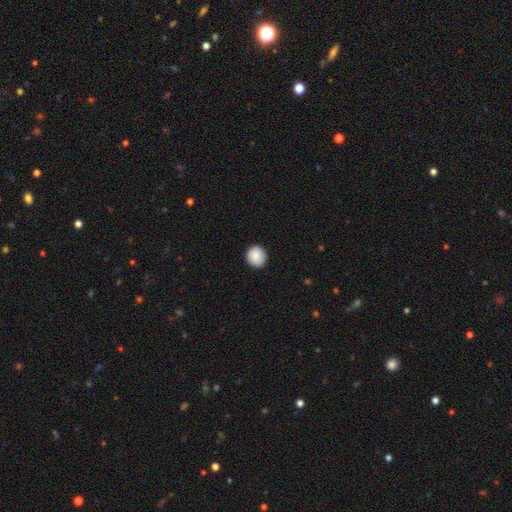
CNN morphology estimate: smooth-or-featured: smooth: 85% | featured or disk: 8% | star or artifact: 7%
  how-rounded: round: 88% | in between: 11% | cigar-shaped: 1%
  merging: none: 90% | minor disturbance: 8% | major disturbance: 2% | merger: 1%